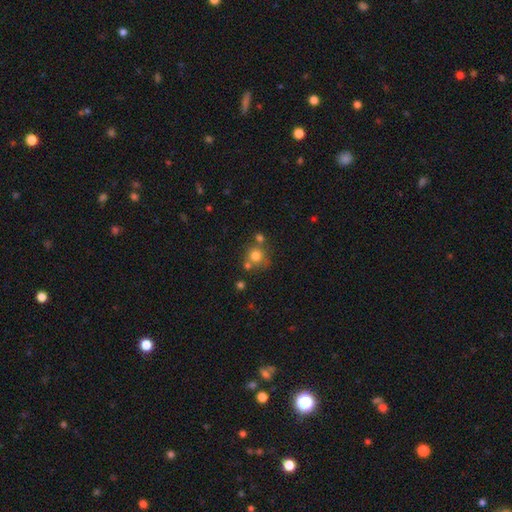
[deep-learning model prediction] Q: Smooth or featured?
A: smooth (74%); runner-up: star or artifact (14%)
Q: How rounded?
A: round (88%); runner-up: in between (11%)
Q: Merging?
A: none (58%); runner-up: merger (26%)